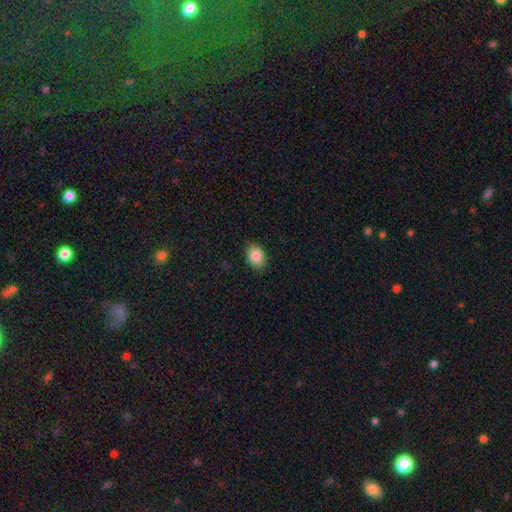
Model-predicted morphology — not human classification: Smooth or featured?
  - smooth: 85% *
  - star or artifact: 8%
  - featured or disk: 7%
How rounded?
  - in between: 81% *
  - round: 18%
  - cigar-shaped: 1%
Merging?
  - none: 86% *
  - minor disturbance: 11%
  - major disturbance: 2%
  - merger: 1%